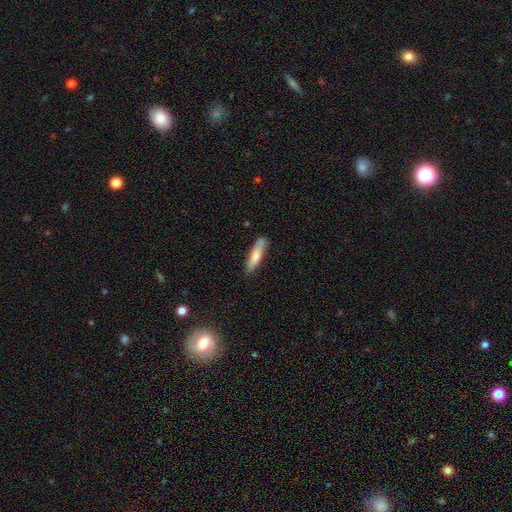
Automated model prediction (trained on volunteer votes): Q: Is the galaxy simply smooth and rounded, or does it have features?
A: smooth — 78%.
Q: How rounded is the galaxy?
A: cigar-shaped — 75%.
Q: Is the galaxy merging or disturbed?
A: none — 80%.